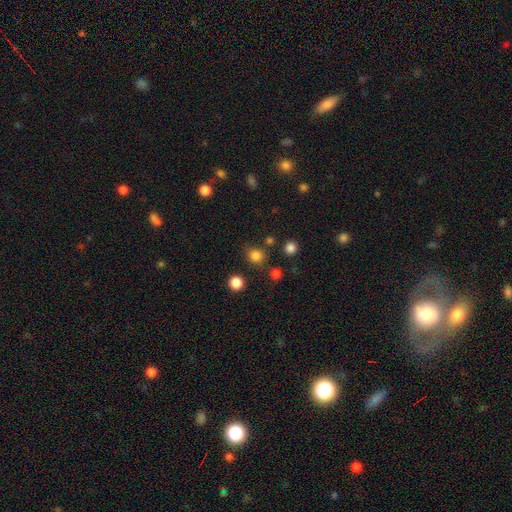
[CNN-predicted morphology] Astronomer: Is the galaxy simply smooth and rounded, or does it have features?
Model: smooth — 81%.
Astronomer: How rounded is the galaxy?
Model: round — 85%.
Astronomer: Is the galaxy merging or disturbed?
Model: none — 79%.